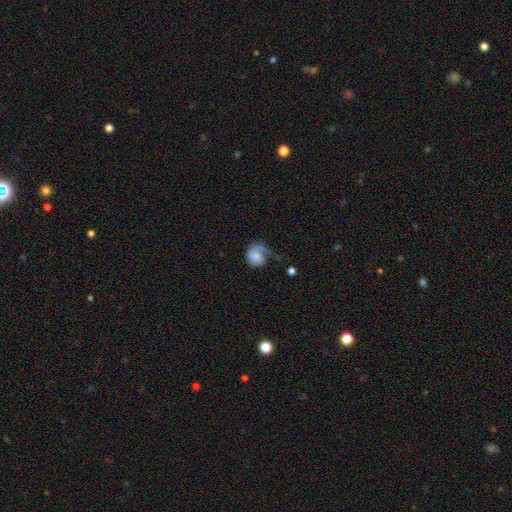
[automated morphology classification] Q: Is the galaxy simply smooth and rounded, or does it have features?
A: featured or disk — 48%.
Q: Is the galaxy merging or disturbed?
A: major disturbance — 43%.